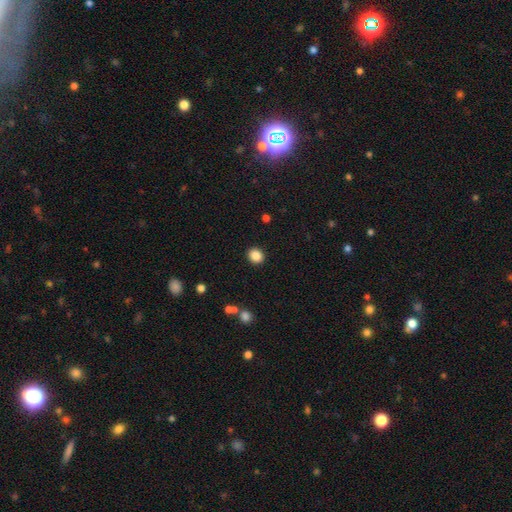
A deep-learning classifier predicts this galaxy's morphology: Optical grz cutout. It shows a smooth galaxy with no disk features (87%) that is round (71%). Merging: none (91%).